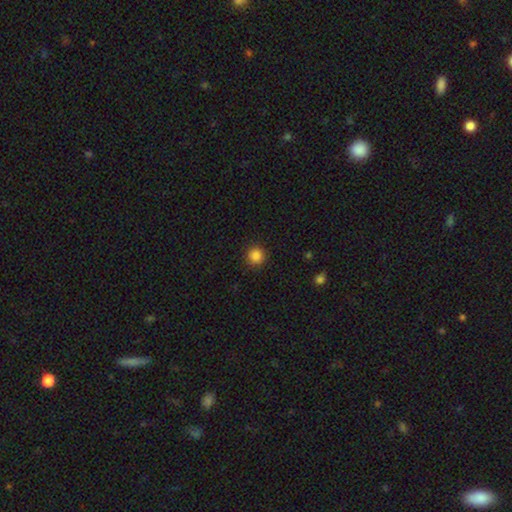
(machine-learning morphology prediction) smooth-or-featured: smooth: 86% | star or artifact: 11% | featured or disk: 3%
  how-rounded: round: 94% | in between: 5% | cigar-shaped: 1%
  merging: none: 91% | minor disturbance: 6% | major disturbance: 2% | merger: 1%